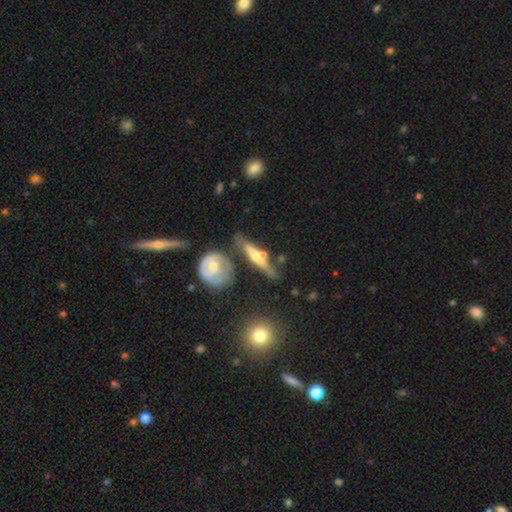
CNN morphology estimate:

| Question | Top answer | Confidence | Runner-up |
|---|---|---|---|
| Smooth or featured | featured or disk | 62% | smooth (29%) |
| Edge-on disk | yes | 83% | no (17%) |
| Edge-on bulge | rounded | 78% | none (12%) |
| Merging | none | 50% | minor disturbance (21%) |